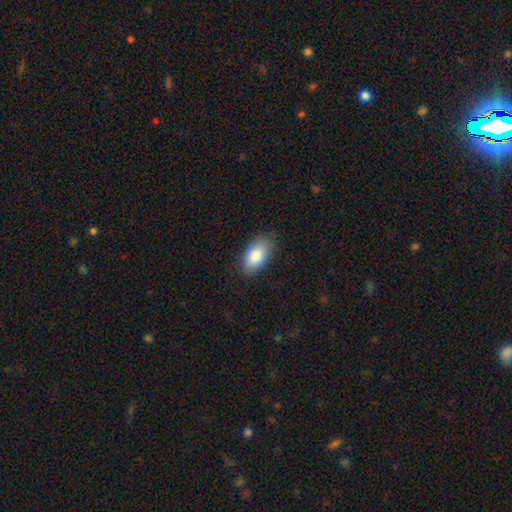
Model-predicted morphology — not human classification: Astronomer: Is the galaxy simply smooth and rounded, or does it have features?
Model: smooth — 86%.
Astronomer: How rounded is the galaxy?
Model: in between — 94%.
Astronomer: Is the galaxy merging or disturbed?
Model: none — 84%.